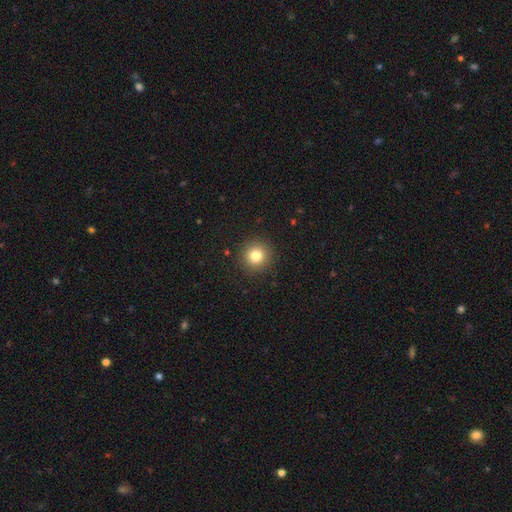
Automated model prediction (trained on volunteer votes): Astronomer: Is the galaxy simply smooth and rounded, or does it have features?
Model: smooth — 81%.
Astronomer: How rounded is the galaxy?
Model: round — 94%.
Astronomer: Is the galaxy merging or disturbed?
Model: none — 91%.